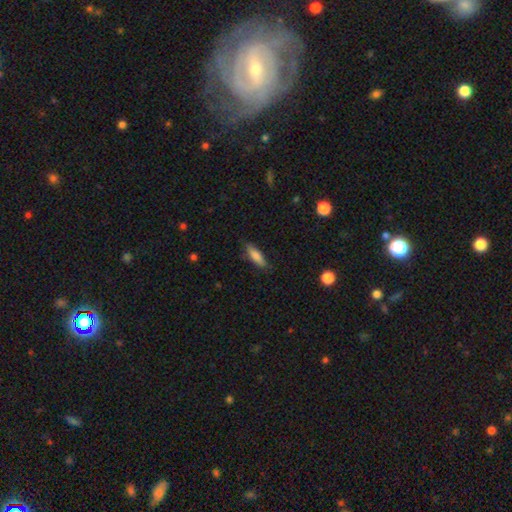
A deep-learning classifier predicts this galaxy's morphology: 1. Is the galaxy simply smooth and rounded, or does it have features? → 77% smooth, 17% featured or disk, 7% star or artifact.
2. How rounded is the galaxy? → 54% cigar-shaped, 44% in between, 2% round.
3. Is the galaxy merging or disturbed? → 79% none, 16% minor disturbance, 3% major disturbance, 1% merger.